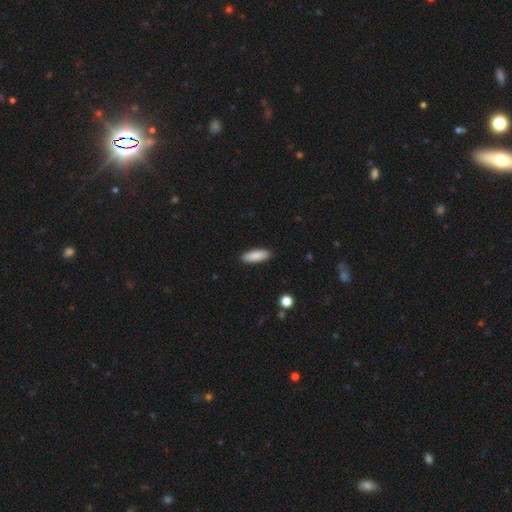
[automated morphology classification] A smooth galaxy with no disk features (88%) that is in between round and cigar-shaped (59%).

Vote fractions:
- Smooth or featured? smooth: 88% / star or artifact: 6% / featured or disk: 6%
- How rounded? in between: 59% / cigar-shaped: 39% / round: 2%
- Merging? none: 90% / minor disturbance: 7% / major disturbance: 2% / merger: 1%